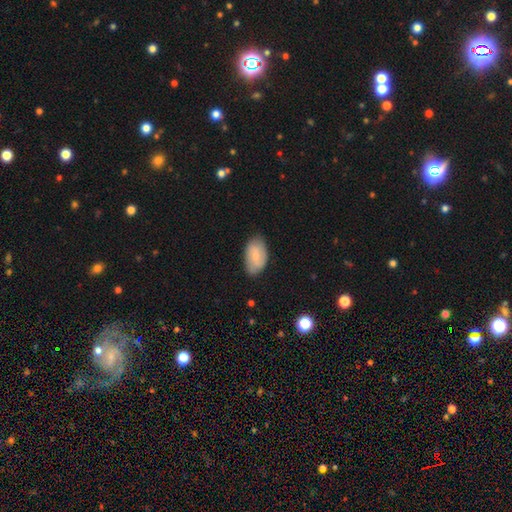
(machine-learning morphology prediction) A smooth galaxy with no disk features (68%) that is in between round and cigar-shaped (93%). Merging: none (76%).